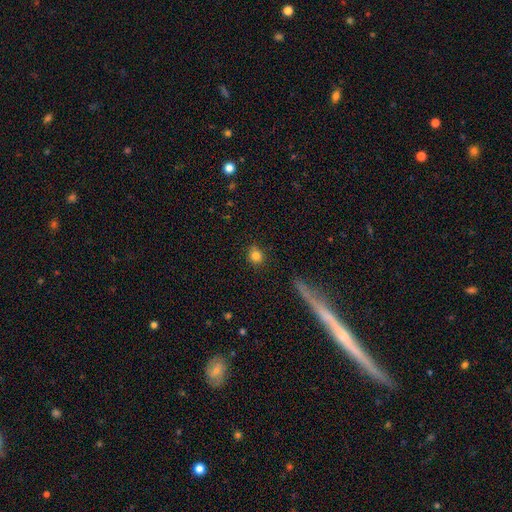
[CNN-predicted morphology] type=smooth (82%); roundness=round (82%); merging=none (86%).